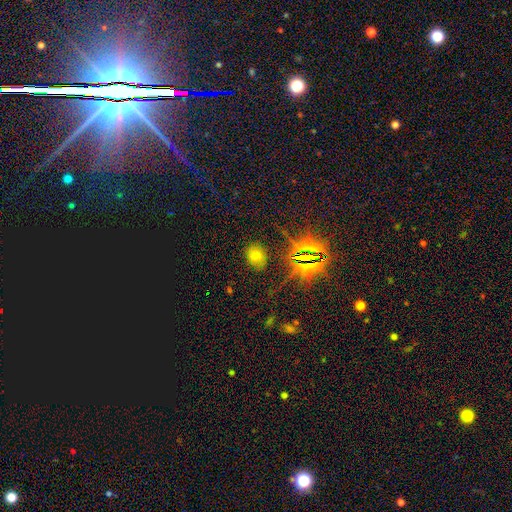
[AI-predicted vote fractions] smooth 58%, star or artifact 32%, featured or disk 10%. Down the decision tree: how rounded — in between (54%); merging — none (83%).